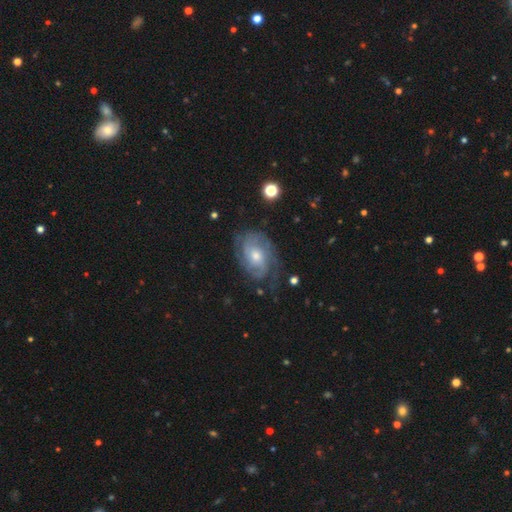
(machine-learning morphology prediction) Q: Smooth or featured?
A: featured or disk (83%); runner-up: smooth (11%)
Q: Edge-on disk?
A: no (97%); runner-up: yes (3%)
Q: Bar?
A: no (68%); runner-up: weak (27%)
Q: Spiral arms?
A: yes (95%); runner-up: no (5%)
Q: Spiral winding?
A: tight (57%); runner-up: medium (33%)
Q: Spiral arm count?
A: 2 (38%); runner-up: can't tell (27%)
Q: Bulge size?
A: moderate (56%); runner-up: small (38%)
Q: Merging?
A: none (68%); runner-up: minor disturbance (20%)